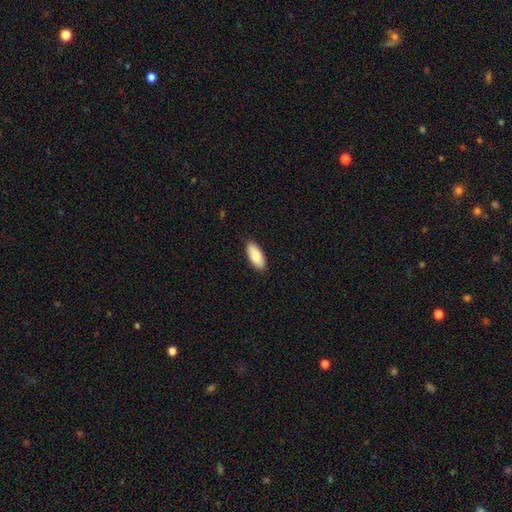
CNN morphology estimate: Overall: smooth (84%). How rounded: in between (86%). Merging: none (89%).